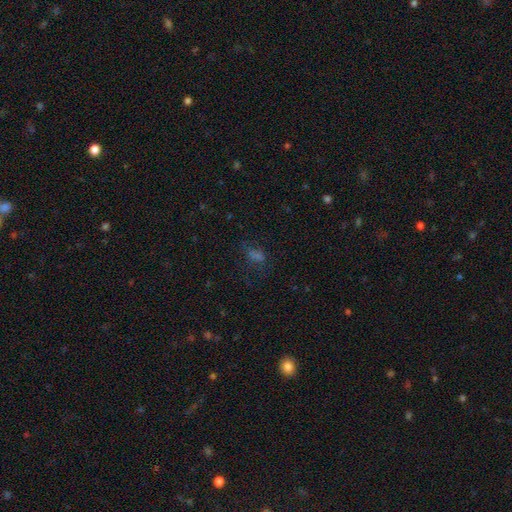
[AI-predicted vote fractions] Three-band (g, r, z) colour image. It shows a smooth galaxy with no disk features (51%) that is in between round and cigar-shaped (74%). Merging: none (60%).